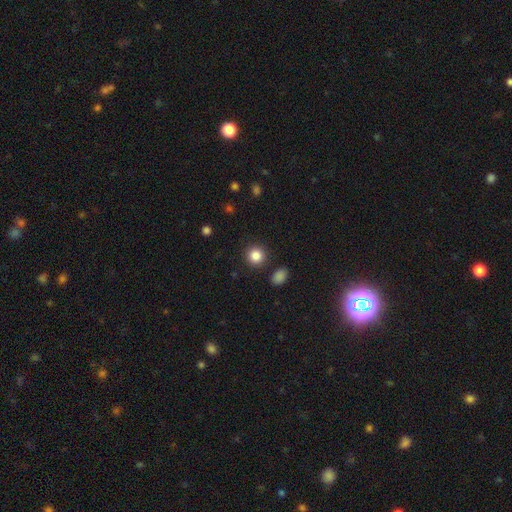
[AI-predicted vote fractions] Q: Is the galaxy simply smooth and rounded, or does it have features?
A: smooth — 86%.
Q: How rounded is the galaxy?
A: round — 92%.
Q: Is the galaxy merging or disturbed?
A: none — 89%.